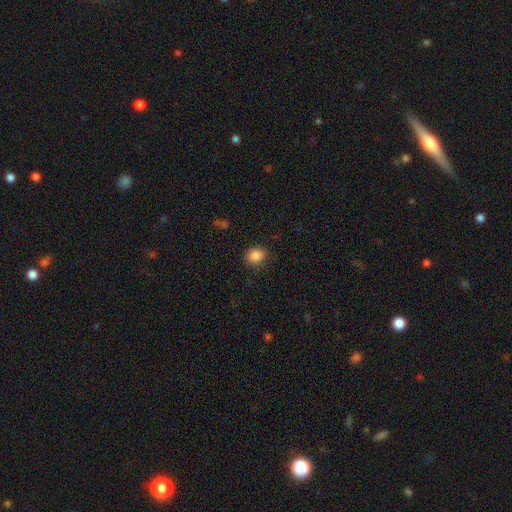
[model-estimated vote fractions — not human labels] This is clearly a smooth galaxy (87%). How rounded: likely round (62%). Merging: clearly none (84%).